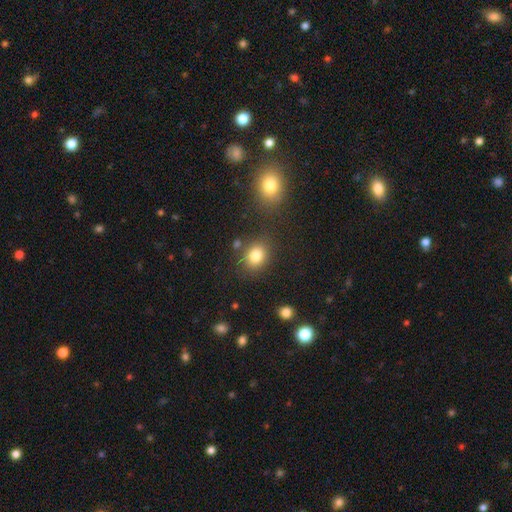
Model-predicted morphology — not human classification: smooth-or-featured: smooth: 81% | star or artifact: 12% | featured or disk: 7%
  how-rounded: round: 58% | in between: 41% | cigar-shaped: 1%
  merging: none: 78% | minor disturbance: 11% | merger: 7% | major disturbance: 4%